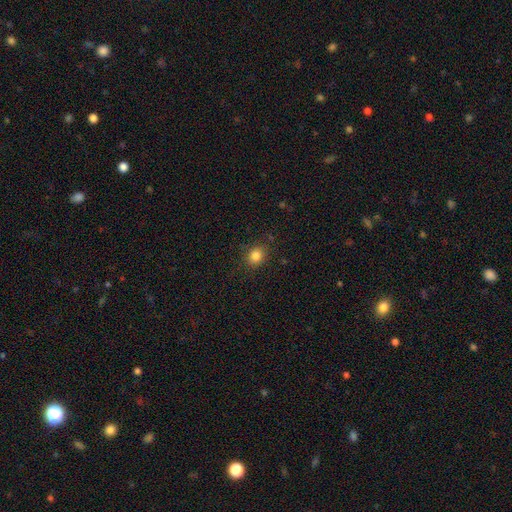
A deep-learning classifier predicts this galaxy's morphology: A smooth galaxy with no disk features (84%) that is round (63%).

Vote fractions:
- Smooth or featured? smooth: 84% / star or artifact: 11% / featured or disk: 5%
- How rounded? round: 63% / in between: 36% / cigar-shaped: 1%
- Merging? none: 85% / minor disturbance: 11% / major disturbance: 3% / merger: 1%